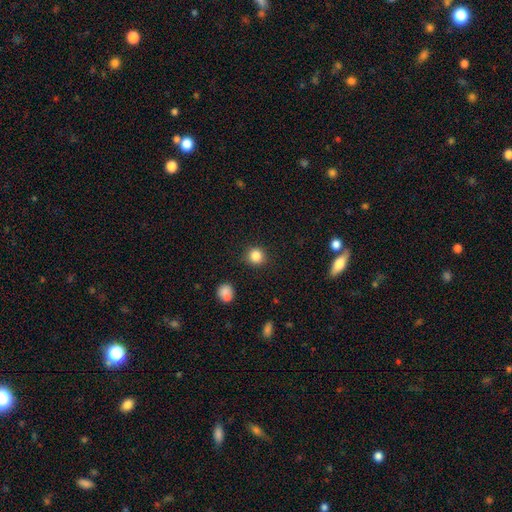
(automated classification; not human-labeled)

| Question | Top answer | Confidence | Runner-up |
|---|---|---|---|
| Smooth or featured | smooth | 84% | star or artifact (11%) |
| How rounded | round | 91% | in between (8%) |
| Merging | none | 89% | minor disturbance (7%) |